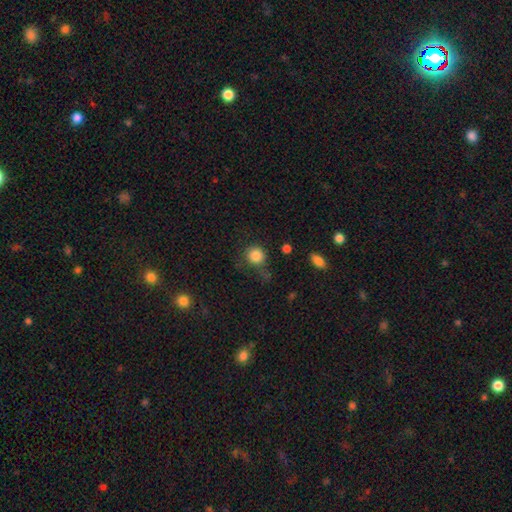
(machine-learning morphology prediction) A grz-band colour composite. It shows a smooth galaxy with no disk features (85%) that is round (90%). Merging: none (67%).